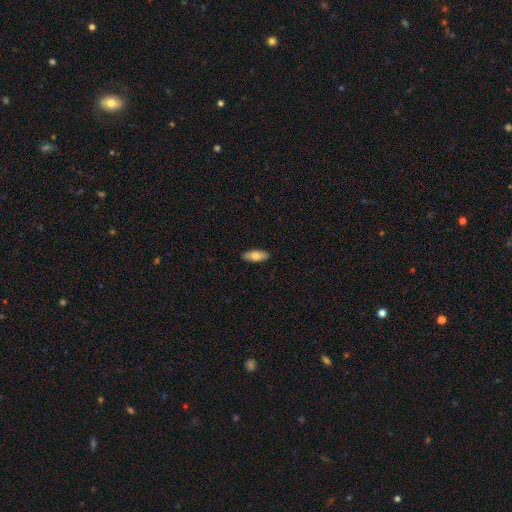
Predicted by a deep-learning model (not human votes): This is likely a smooth galaxy (76%). How rounded: clearly in between (82%). Merging: clearly none (89%).